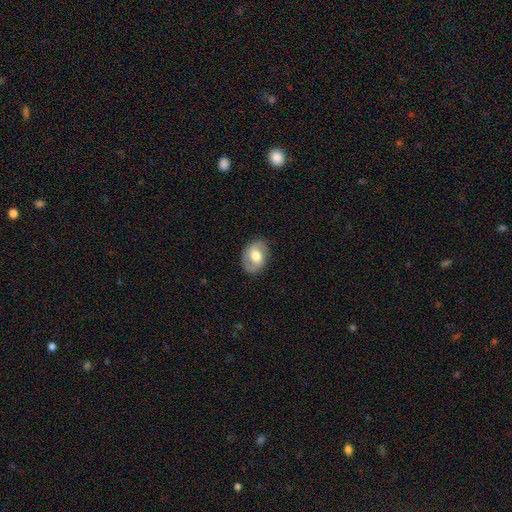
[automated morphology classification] This is possibly a smooth galaxy (51%). How rounded: likely in between (72%). Merging: clearly none (81%).